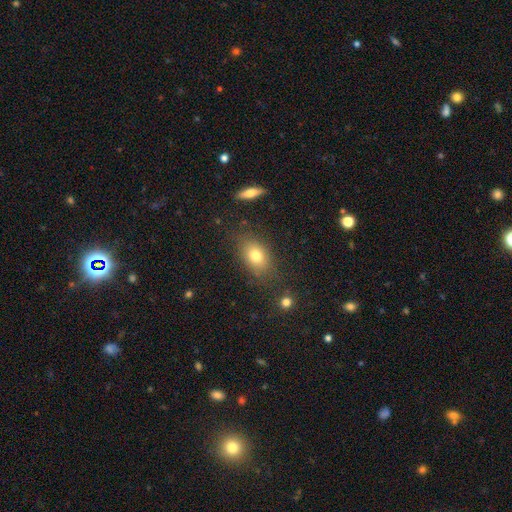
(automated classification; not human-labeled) Smooth or featured: smooth — 77% (featured or disk — 12%)
How rounded: in between — 79% (round — 18%)
Merging: none — 78% (minor disturbance — 14%)